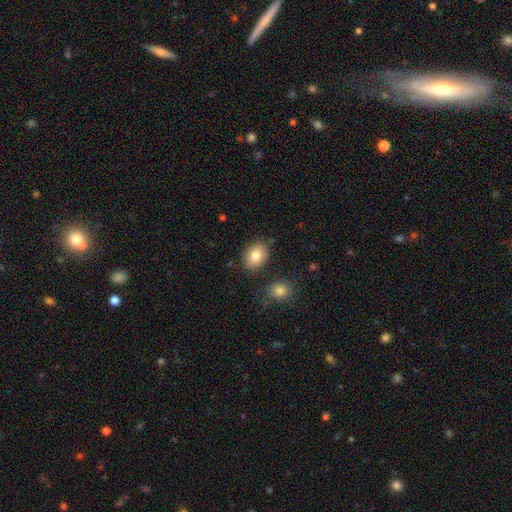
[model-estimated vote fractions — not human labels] Morphology: type=smooth (82%); roundness=in between (67%); merging=none (82%).